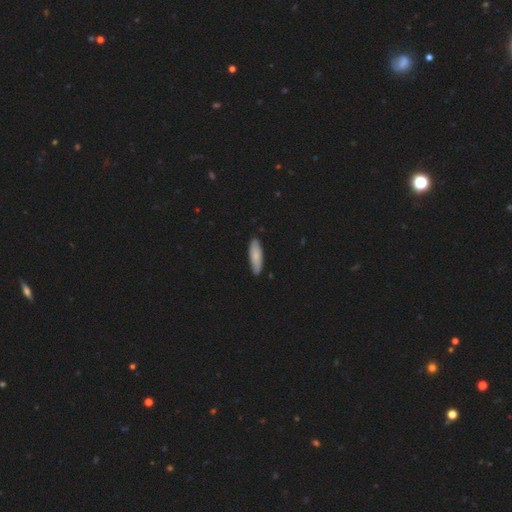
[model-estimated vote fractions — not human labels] The model was most divided on "how rounded": cigar-shaped: 56%, in between: 43%, round: 1%. More confident: merging — none (87%); smooth or featured — smooth (80%).